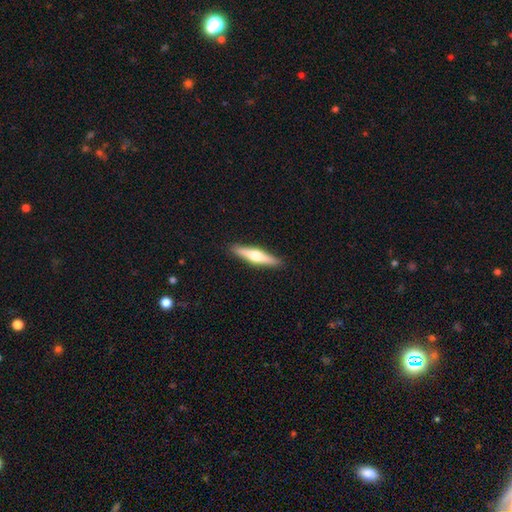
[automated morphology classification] A featured or disk galaxy (58%) viewed edge-on (97%) with a rounded central bulge (93%).

Vote fractions:
- Smooth or featured? featured or disk: 58% / smooth: 37% / star or artifact: 5%
- Edge-on disk? yes: 97% / no: 3%
- Edge-on bulge? rounded: 93% / boxy: 4% / none: 3%
- Merging? none: 91% / minor disturbance: 6% / major disturbance: 1% / merger: 1%